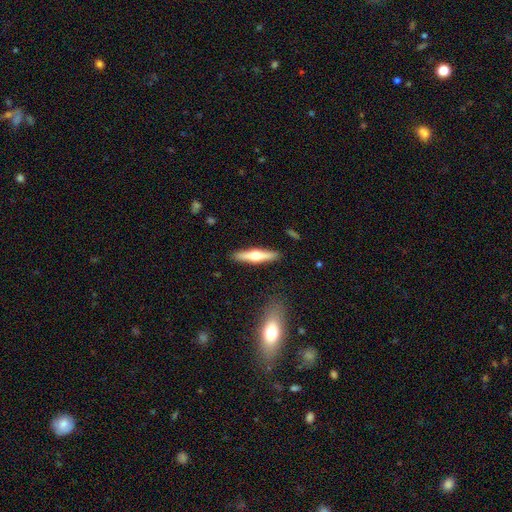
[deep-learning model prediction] Smooth or featured? Predicted: featured or disk (p=0.59). Edge-on disk? Predicted: yes (p=0.95). Edge-on bulge? Predicted: rounded (p=0.95). Merging? Predicted: none (p=0.89).